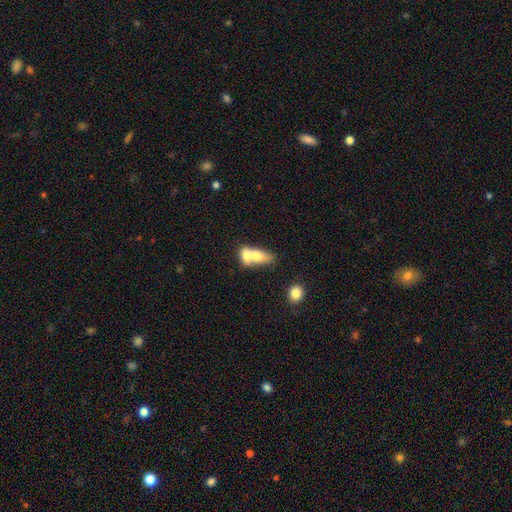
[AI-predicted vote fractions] smooth 69%, featured or disk 24%, star or artifact 8%. Down the decision tree: how rounded — in between (72%); merging — merger (76%).